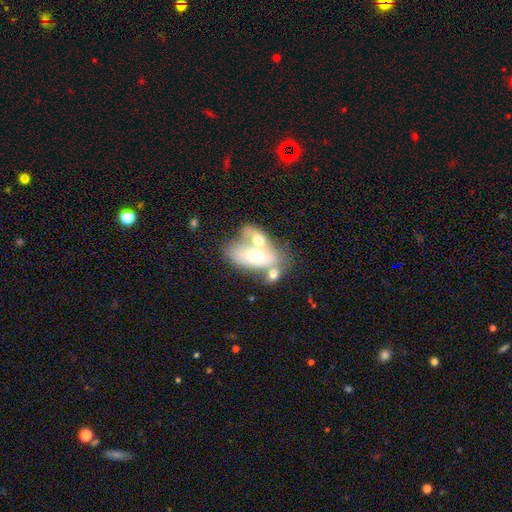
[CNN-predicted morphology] This is possibly a smooth galaxy (56%). How rounded: clearly in between (88%). Merging: likely merger (65%).